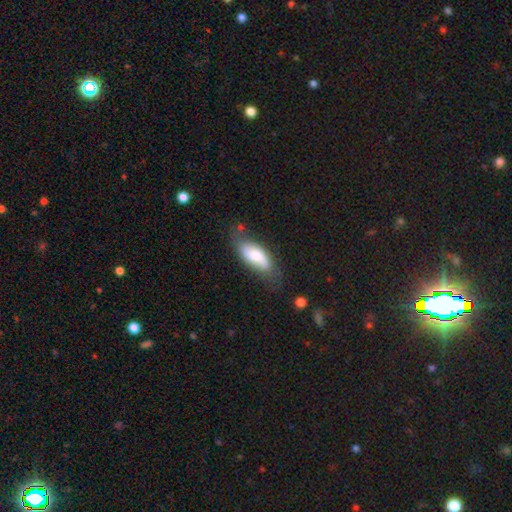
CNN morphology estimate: Smooth or featured?
  - smooth: 63% *
  - featured or disk: 31%
  - star or artifact: 6%
How rounded?
  - in between: 81% *
  - cigar-shaped: 17%
  - round: 2%
Merging?
  - none: 57% *
  - minor disturbance: 30%
  - major disturbance: 10%
  - merger: 3%